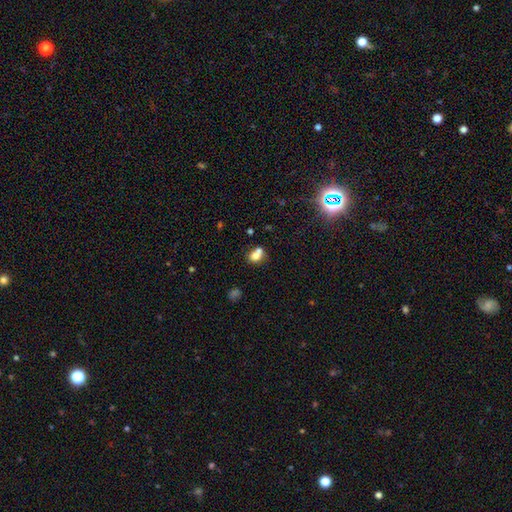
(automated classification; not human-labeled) Smooth or featured? Predicted: smooth (p=0.73). How rounded? Predicted: round (p=0.56). Merging? Predicted: merger (p=0.51).